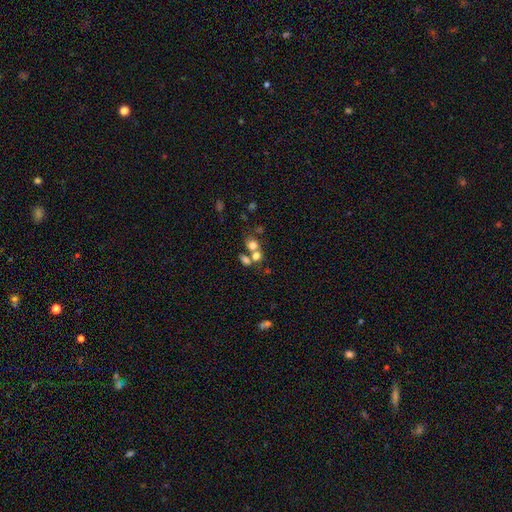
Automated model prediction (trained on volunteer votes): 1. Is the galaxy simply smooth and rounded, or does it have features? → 68% smooth, 16% star or artifact, 16% featured or disk.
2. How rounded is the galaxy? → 65% round, 34% in between, 1% cigar-shaped.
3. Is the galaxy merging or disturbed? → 48% merger, 38% none, 8% minor disturbance, 5% major disturbance.